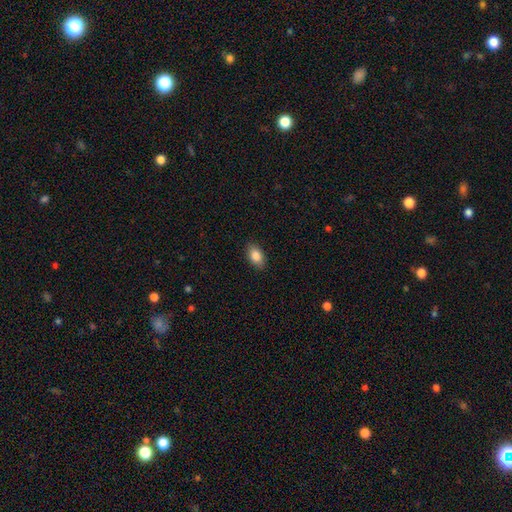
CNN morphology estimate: type=smooth (86%); roundness=in between (90%); merging=none (88%).